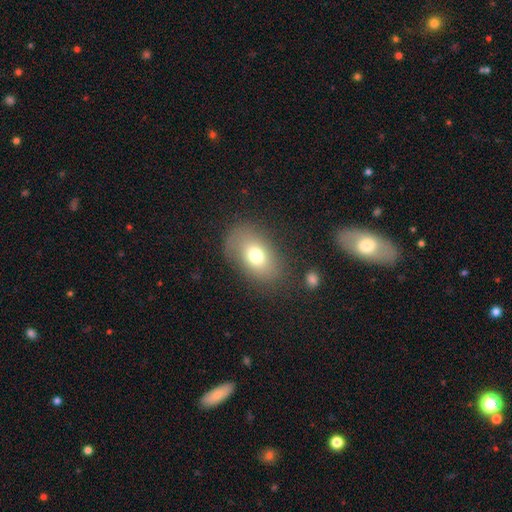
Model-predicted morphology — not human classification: smooth 71%, featured or disk 18%, star or artifact 11%. Down the decision tree: how rounded — in between (83%); merging — none (76%).